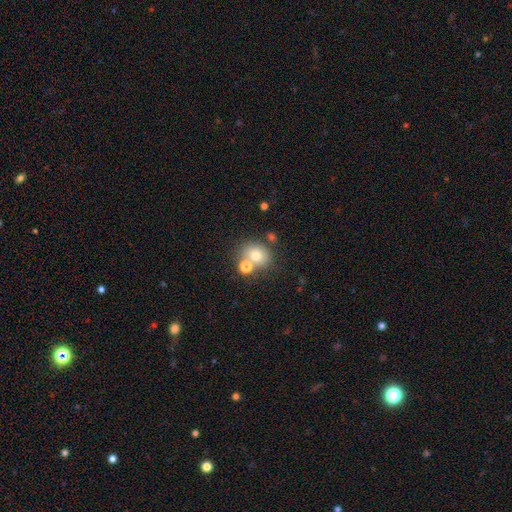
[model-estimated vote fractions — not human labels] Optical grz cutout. It shows a smooth galaxy with no disk features (73%) that is round (68%). Merging: none (57%).